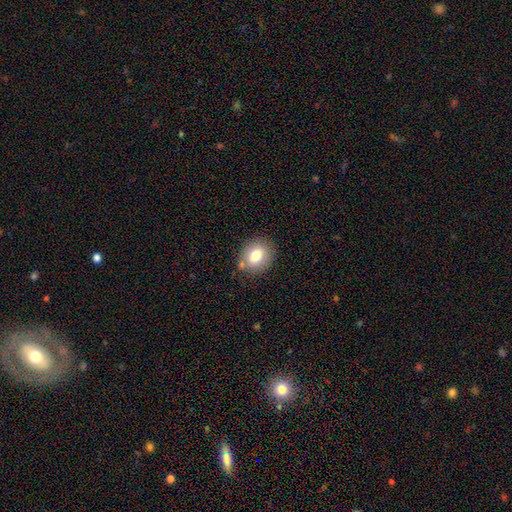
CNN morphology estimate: The model was most divided on "how rounded": round: 53%, in between: 46%, cigar-shaped: 1%. More confident: merging — none (79%); smooth or featured — smooth (77%).